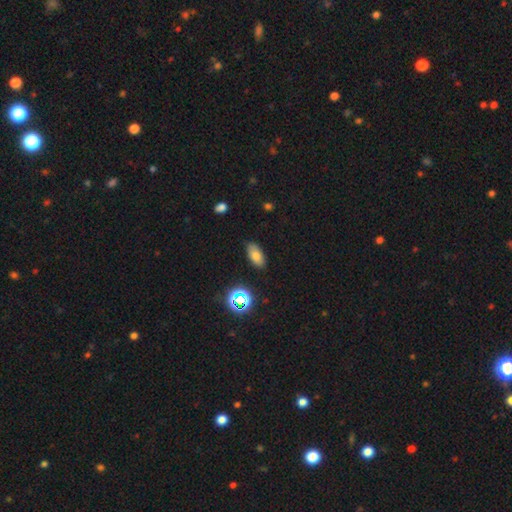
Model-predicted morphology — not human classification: A smooth galaxy with no disk features (74%) that is in between round and cigar-shaped (90%).

Vote fractions:
- Smooth or featured? smooth: 74% / star or artifact: 15% / featured or disk: 11%
- How rounded? in between: 90% / round: 5% / cigar-shaped: 5%
- Merging? none: 82% / minor disturbance: 13% / major disturbance: 3% / merger: 2%